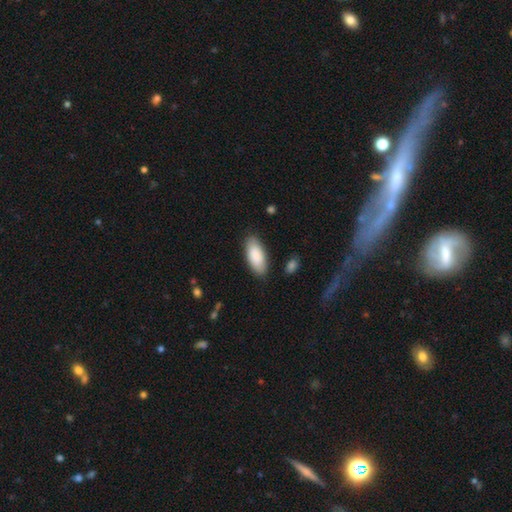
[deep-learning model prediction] smooth-or-featured: smooth: 88% | featured or disk: 6% | star or artifact: 5%
  how-rounded: in between: 87% | cigar-shaped: 12% | round: 2%
  merging: none: 85% | minor disturbance: 11% | major disturbance: 3% | merger: 2%